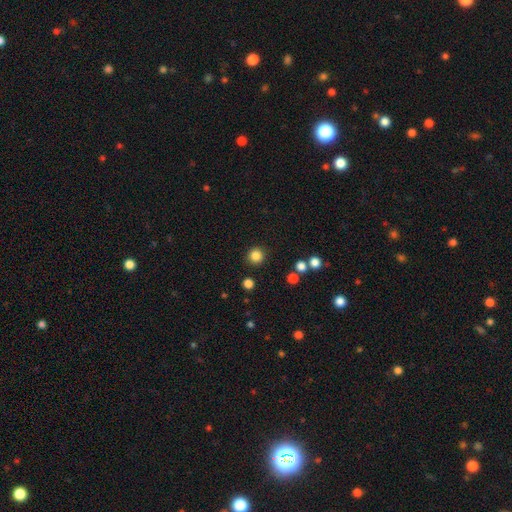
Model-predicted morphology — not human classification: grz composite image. It shows a smooth galaxy with no disk features (84%) that is round (95%). Merging: none (91%).